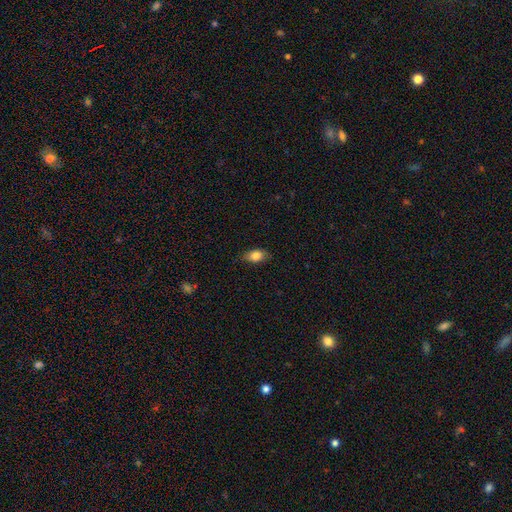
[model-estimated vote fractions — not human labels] Smooth or featured? Predicted: smooth (p=0.83). How rounded? Predicted: in between (p=0.87). Merging? Predicted: none (p=0.80).